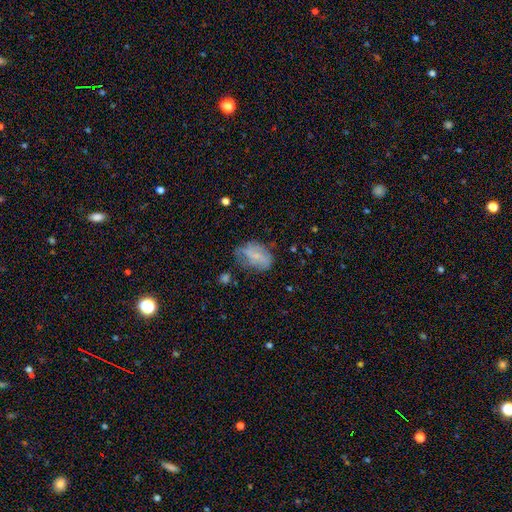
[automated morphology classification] smooth-or-featured: smooth: 48% | featured or disk: 42% | star or artifact: 9%
  merging: none: 49% | minor disturbance: 31% | major disturbance: 16% | merger: 3%